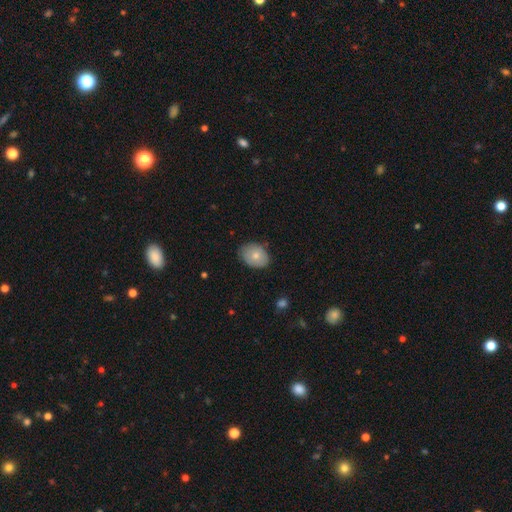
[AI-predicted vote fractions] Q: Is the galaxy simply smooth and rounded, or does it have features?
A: smooth — 71%.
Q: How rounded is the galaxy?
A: in between — 72%.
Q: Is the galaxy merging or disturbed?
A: none — 77%.